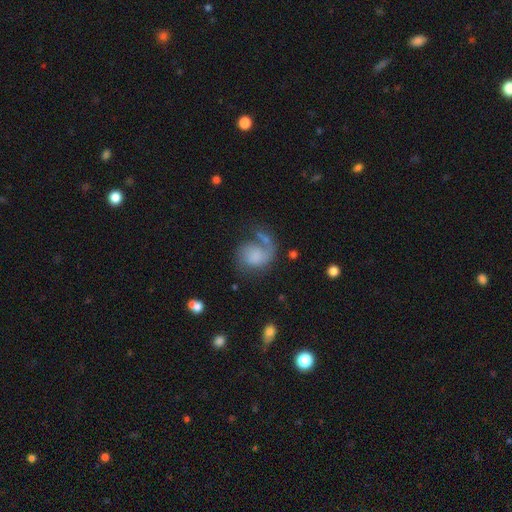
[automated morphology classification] Smooth or featured: featured or disk — 51% (smooth — 39%)
Edge-on disk: no — 98% (yes — 2%)
Bar: no — 73% (weak — 23%)
Spiral arms: yes — 80% (no — 20%)
Bulge size: none — 45% (small — 23%)
Merging: none — 39% (major disturbance — 31%)